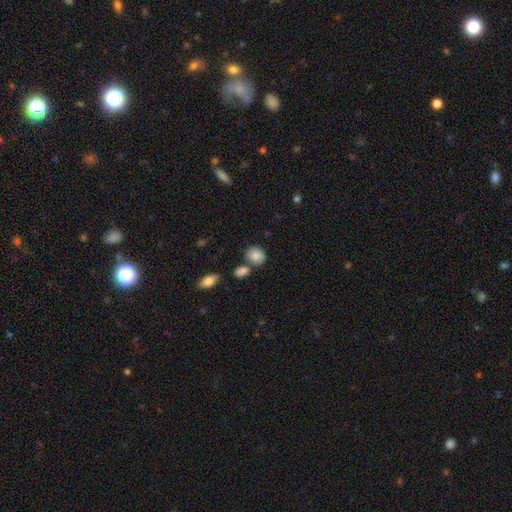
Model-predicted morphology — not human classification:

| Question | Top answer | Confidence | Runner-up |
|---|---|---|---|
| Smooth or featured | smooth | 84% | featured or disk (8%) |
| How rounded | round | 51% | in between (48%) |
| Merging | none | 65% | merger (15%) |